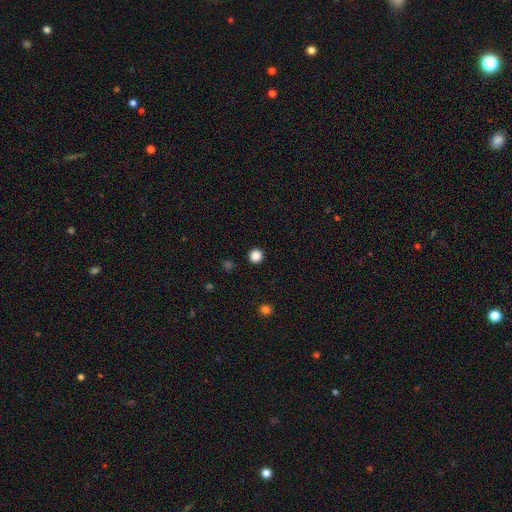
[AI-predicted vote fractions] Q: Smooth or featured?
A: smooth (86%); runner-up: star or artifact (12%)
Q: How rounded?
A: round (96%); runner-up: in between (3%)
Q: Merging?
A: none (93%); runner-up: minor disturbance (4%)